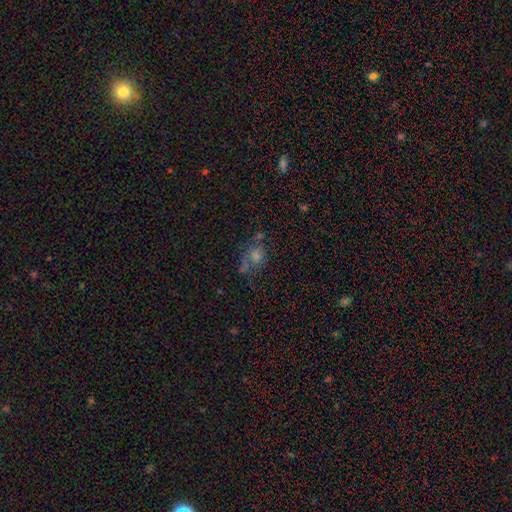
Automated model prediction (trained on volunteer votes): smooth_or_featured: smooth (p=0.46) [alt: star or artifact p=0.29]
merging: none (p=0.46) [alt: minor disturbance p=0.20]